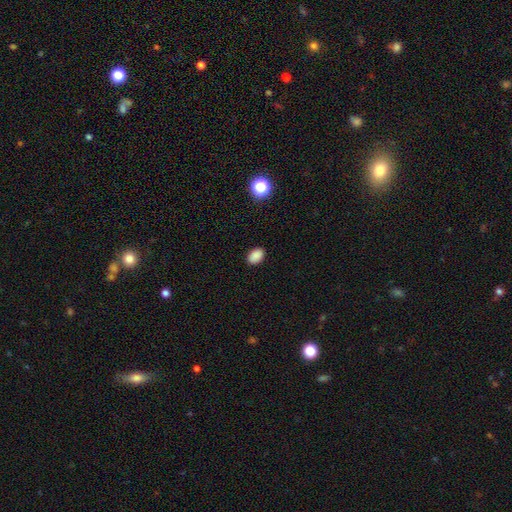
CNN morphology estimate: Q: Smooth or featured?
A: smooth (87%); runner-up: star or artifact (10%)
Q: How rounded?
A: in between (83%); runner-up: round (16%)
Q: Merging?
A: none (89%); runner-up: minor disturbance (8%)